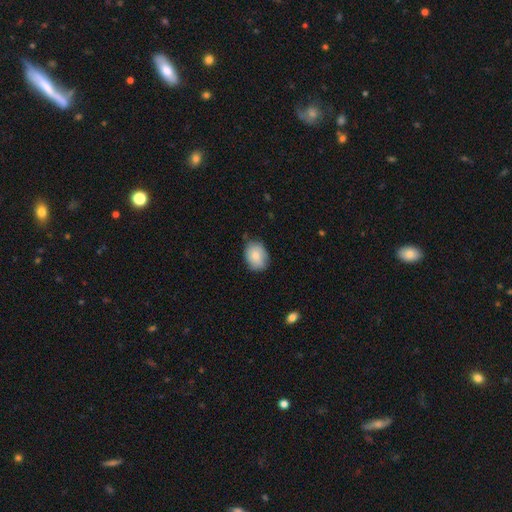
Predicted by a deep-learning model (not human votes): smooth-or-featured: smooth: 78% | featured or disk: 15% | star or artifact: 7%
  how-rounded: in between: 65% | round: 34% | cigar-shaped: 1%
  merging: none: 74% | minor disturbance: 22% | major disturbance: 3% | merger: 1%